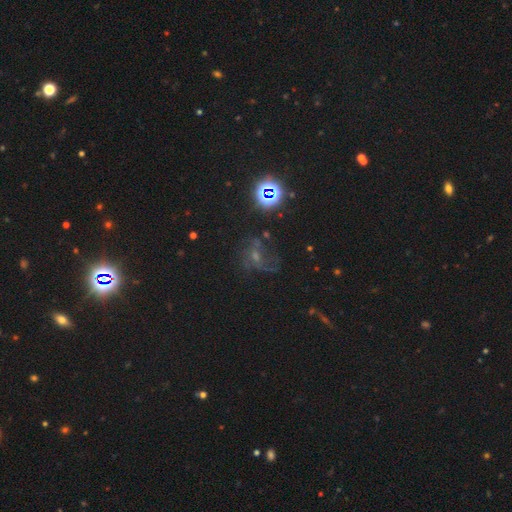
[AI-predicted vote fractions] Morphology: type=featured or disk (42%); merging=none (44%).